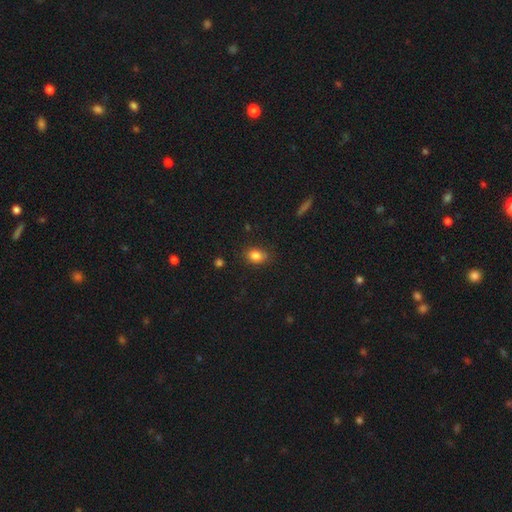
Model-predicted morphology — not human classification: Smooth or featured? Predicted: smooth (p=0.84). How rounded? Predicted: in between (p=0.71). Merging? Predicted: none (p=0.79).